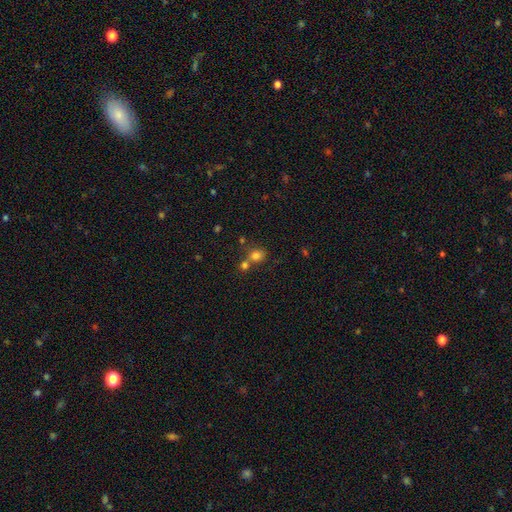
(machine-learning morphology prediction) smooth 76%, star or artifact 15%, featured or disk 8%. Down the decision tree: how rounded — round (74%); merging — none (50%).